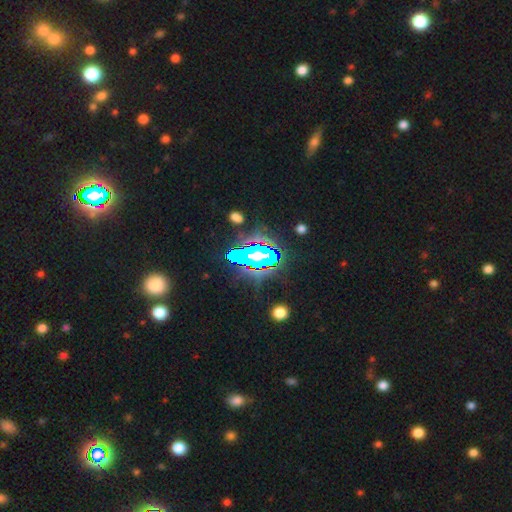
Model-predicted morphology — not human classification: A star or artifact, not a galaxy (53%).

Vote fractions:
- Smooth or featured? star or artifact: 53% / featured or disk: 26% / smooth: 21%